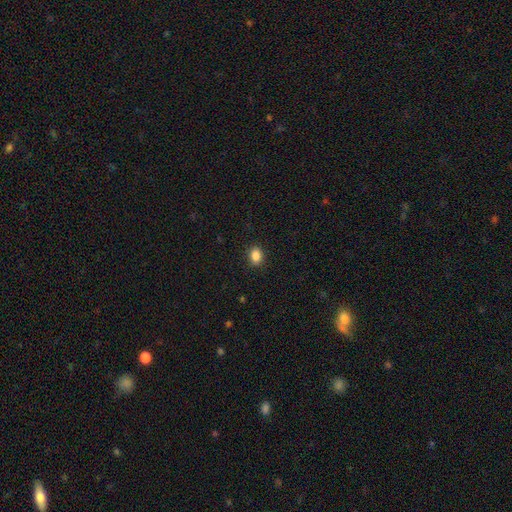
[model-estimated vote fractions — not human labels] smooth-or-featured: smooth: 87% | star or artifact: 10% | featured or disk: 4%
  how-rounded: in between: 66% | round: 33% | cigar-shaped: 1%
  merging: none: 90% | minor disturbance: 7% | major disturbance: 2% | merger: 1%